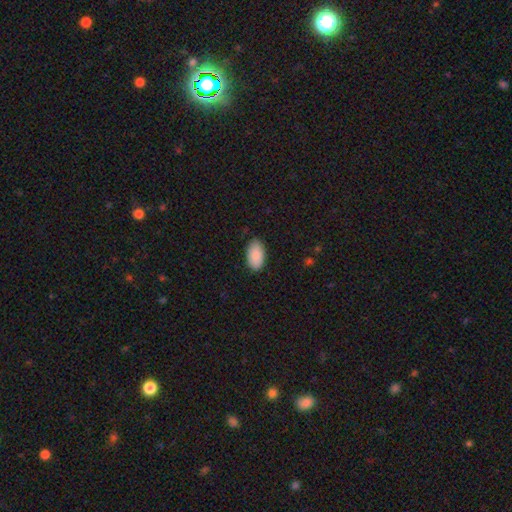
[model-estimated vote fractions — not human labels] Smooth or featured?
  - smooth: 90% *
  - star or artifact: 6%
  - featured or disk: 4%
How rounded?
  - in between: 96% *
  - round: 3%
  - cigar-shaped: 1%
Merging?
  - none: 85% *
  - minor disturbance: 12%
  - major disturbance: 2%
  - merger: 1%